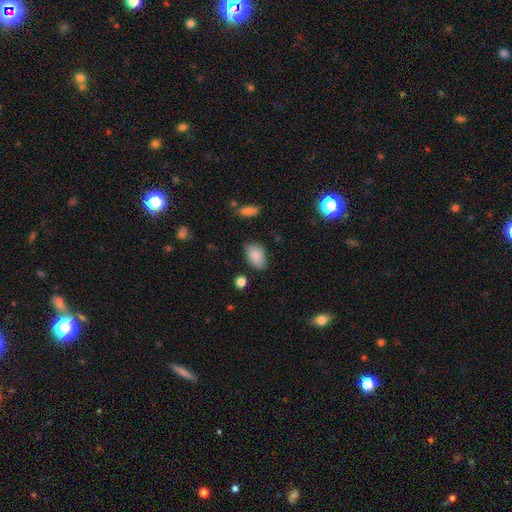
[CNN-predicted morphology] smooth 86%, star or artifact 7%, featured or disk 7%. Down the decision tree: how rounded — in between (89%); merging — none (76%).